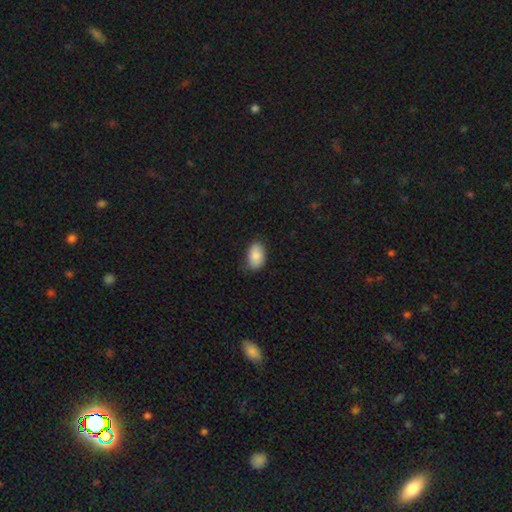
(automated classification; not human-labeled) Smooth or featured? Predicted: smooth (p=0.87). How rounded? Predicted: in between (p=0.92). Merging? Predicted: none (p=0.80).